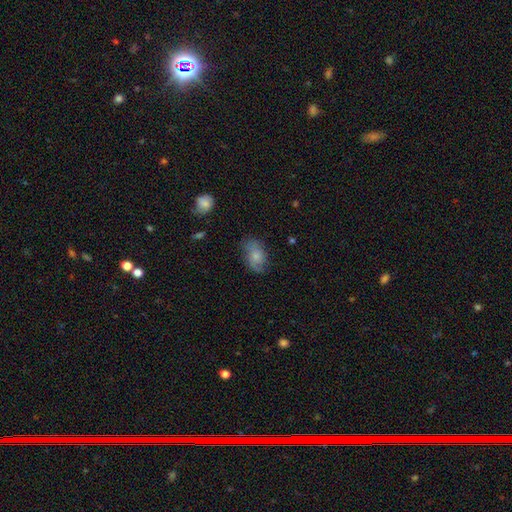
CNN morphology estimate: A smooth galaxy with no disk features (66%) that is in between round and cigar-shaped (87%).

Vote fractions:
- Smooth or featured? smooth: 66% / featured or disk: 26% / star or artifact: 8%
- How rounded? in between: 87% / round: 11% / cigar-shaped: 2%
- Merging? none: 64% / minor disturbance: 25% / major disturbance: 9% / merger: 2%